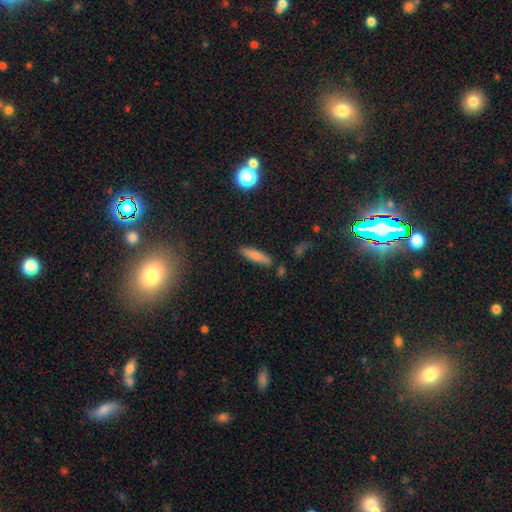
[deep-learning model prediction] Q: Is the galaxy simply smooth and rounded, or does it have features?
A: smooth — 80%.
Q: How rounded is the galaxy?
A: cigar-shaped — 80%.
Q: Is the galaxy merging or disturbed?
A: none — 84%.